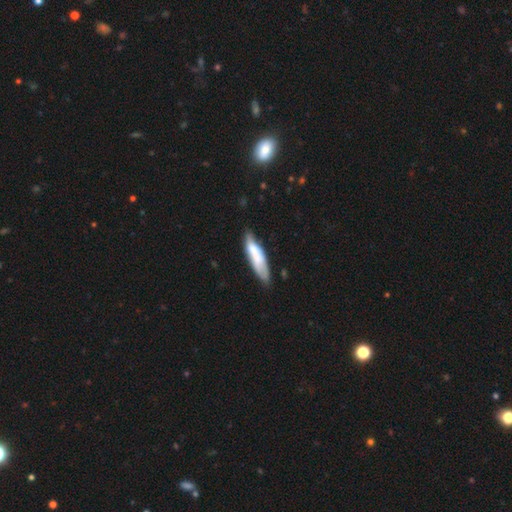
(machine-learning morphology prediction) Q: Smooth or featured?
A: smooth (68%); runner-up: featured or disk (26%)
Q: How rounded?
A: cigar-shaped (63%); runner-up: in between (36%)
Q: Merging?
A: none (58%); runner-up: minor disturbance (28%)